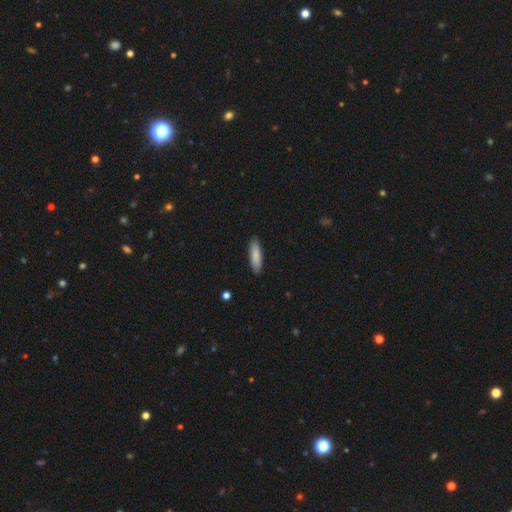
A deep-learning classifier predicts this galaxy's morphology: Overall: smooth (85%). How rounded: cigar-shaped (57%; in between 41%). Merging: none (88%).